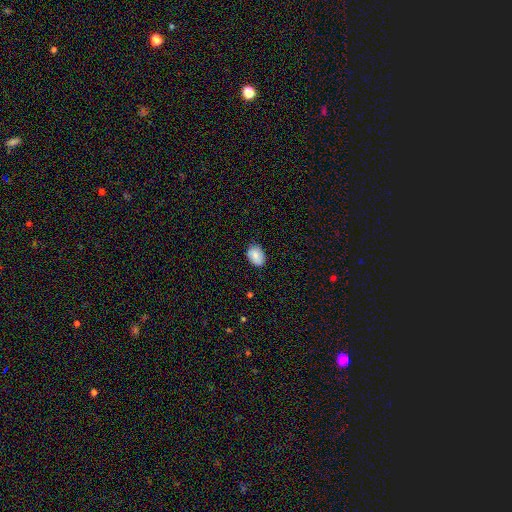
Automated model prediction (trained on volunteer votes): Q: Smooth or featured?
A: smooth (82%); runner-up: featured or disk (10%)
Q: How rounded?
A: in between (76%); runner-up: round (23%)
Q: Merging?
A: none (80%); runner-up: minor disturbance (17%)